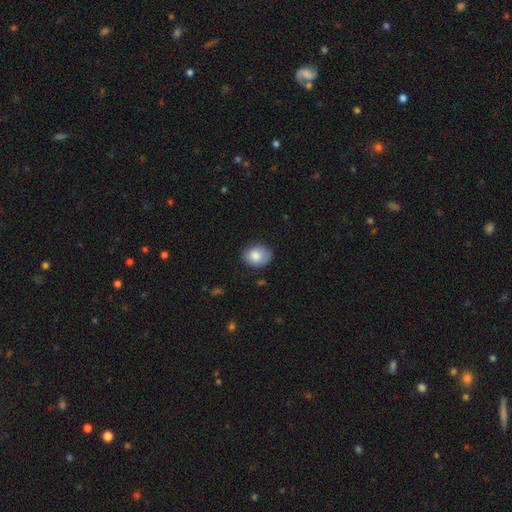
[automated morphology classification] This is clearly a smooth galaxy (84%). How rounded: possibly in between (52%). Merging: likely none (78%).